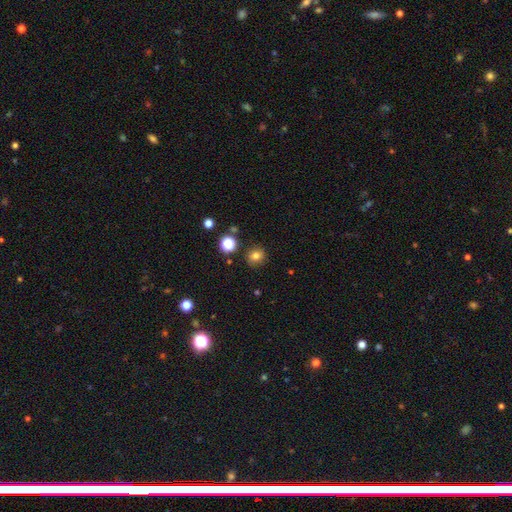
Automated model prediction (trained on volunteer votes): smooth 79%, star or artifact 15%, featured or disk 6%. Down the decision tree: how rounded — round (84%); merging — none (86%).